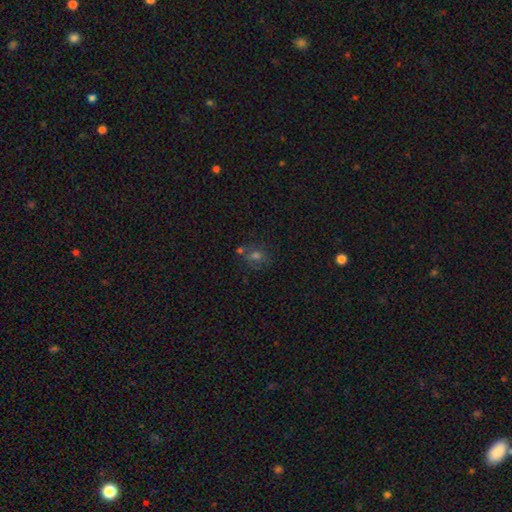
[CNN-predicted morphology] smooth-or-featured: smooth: 53% | star or artifact: 31% | featured or disk: 16%
  how-rounded: round: 68% | in between: 31% | cigar-shaped: 1%
  merging: none: 64% | merger: 17% | minor disturbance: 13% | major disturbance: 5%